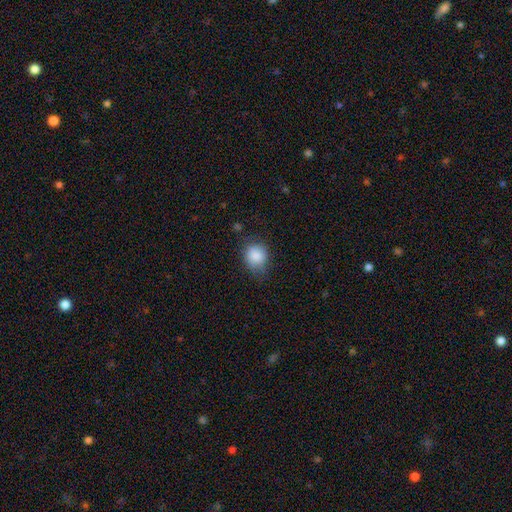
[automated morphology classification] smooth_or_featured: smooth (p=0.86) [alt: star or artifact p=0.08]
how_rounded: round (p=0.72) [alt: in between p=0.27]
merging: none (p=0.68) [alt: minor disturbance p=0.24]